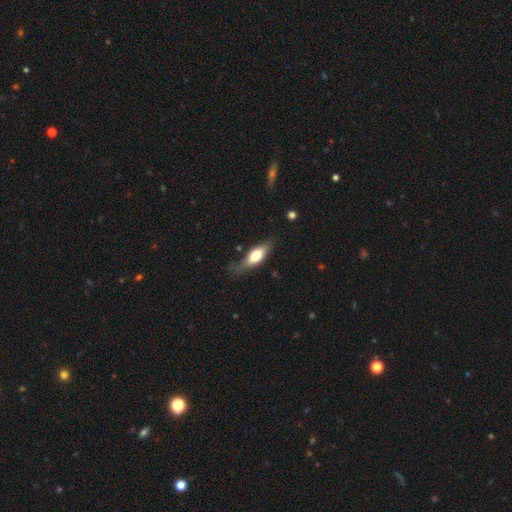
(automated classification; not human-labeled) Smooth or featured? Predicted: smooth (p=0.62). How rounded? Predicted: in between (p=0.65). Merging? Predicted: none (p=0.64).